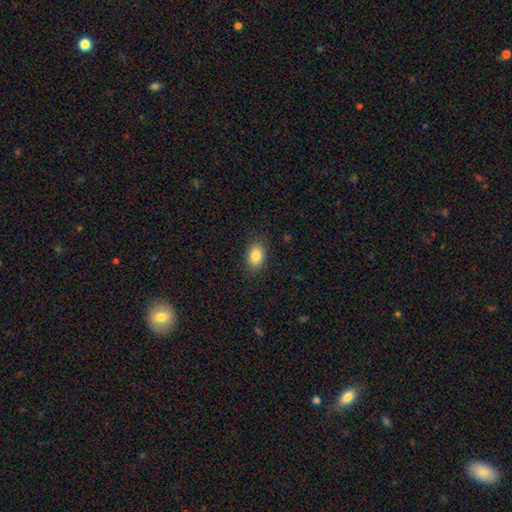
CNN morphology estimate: Q: Smooth or featured?
A: smooth (84%); runner-up: star or artifact (8%)
Q: How rounded?
A: in between (81%); runner-up: round (17%)
Q: Merging?
A: none (85%); runner-up: minor disturbance (11%)